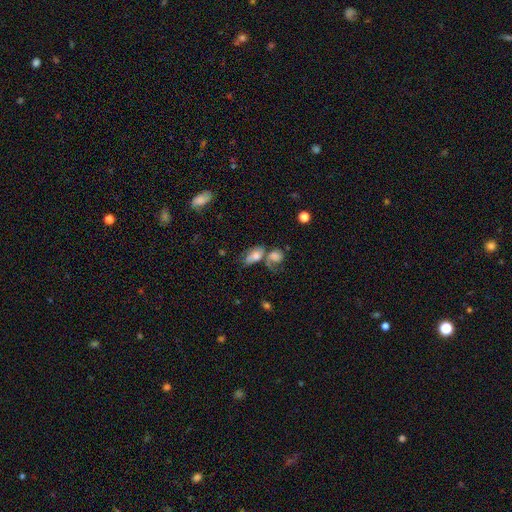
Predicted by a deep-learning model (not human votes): Morphology: type=smooth (63%); roundness=in between (85%); merging=merger (41%).